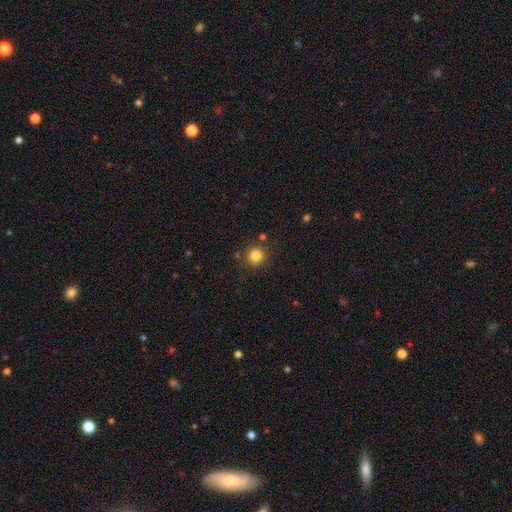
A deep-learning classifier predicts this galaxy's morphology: The model was most divided on "smooth or featured": smooth: 83%, star or artifact: 12%, featured or disk: 5%. More confident: how rounded — round (94%); merging — none (86%).